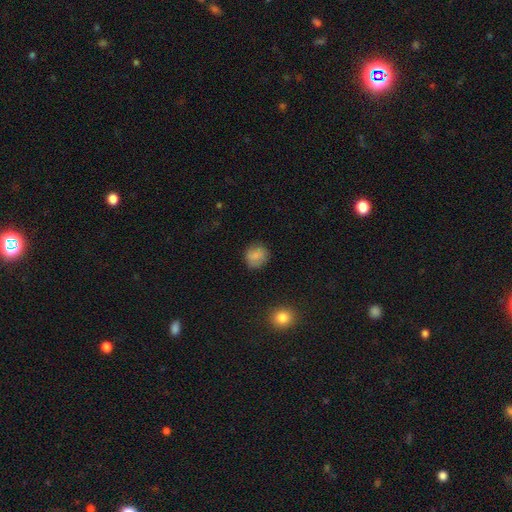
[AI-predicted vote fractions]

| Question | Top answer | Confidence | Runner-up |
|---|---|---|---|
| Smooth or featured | smooth | 83% | star or artifact (9%) |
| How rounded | round | 80% | in between (19%) |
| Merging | none | 82% | minor disturbance (13%) |